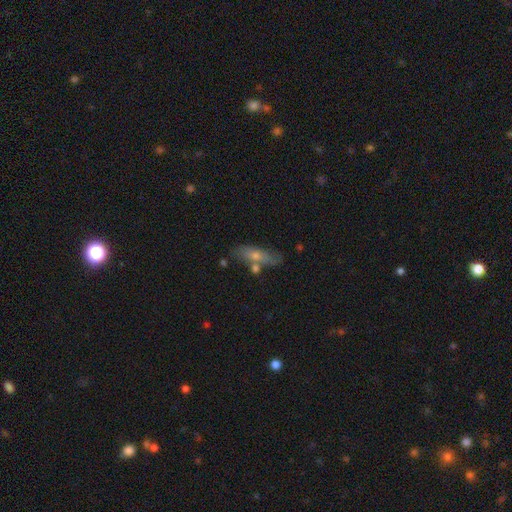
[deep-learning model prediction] smooth_or_featured: smooth (p=0.51) [alt: featured or disk p=0.40]
how_rounded: cigar-shaped (p=0.53) [alt: in between p=0.43]
merging: none (p=0.67) [alt: minor disturbance p=0.17]